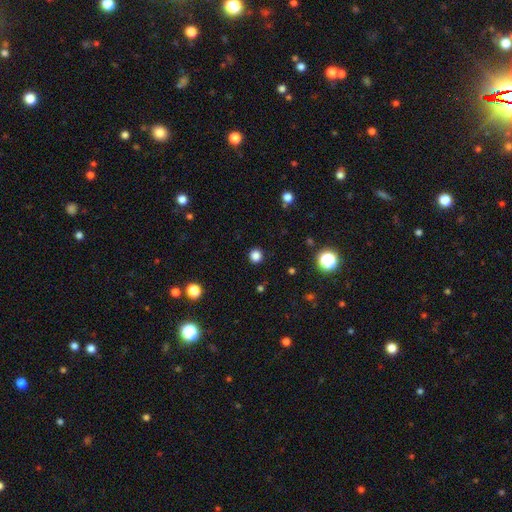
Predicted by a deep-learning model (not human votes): The model was most divided on "smooth or featured": smooth: 83%, star or artifact: 14%, featured or disk: 3%. More confident: how rounded — round (93%); merging — none (92%).